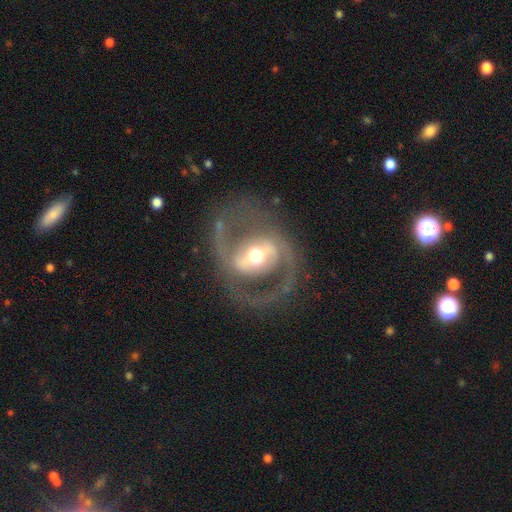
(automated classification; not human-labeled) Morphology: type=featured or disk (84%); edge-on=no (96%); bar=strong (49%); spiral arms=yes (79%); winding=medium (52%); arm count=2 (88%); bulge=moderate (66%); merging=none (73%).